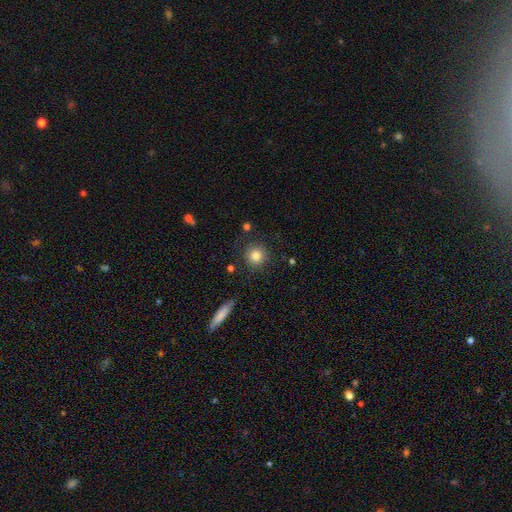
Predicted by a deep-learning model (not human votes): The model was most divided on "merging": none: 84%, minor disturbance: 10%, major disturbance: 4%, merger: 3%. More confident: how rounded — round (92%); smooth or featured — smooth (83%).